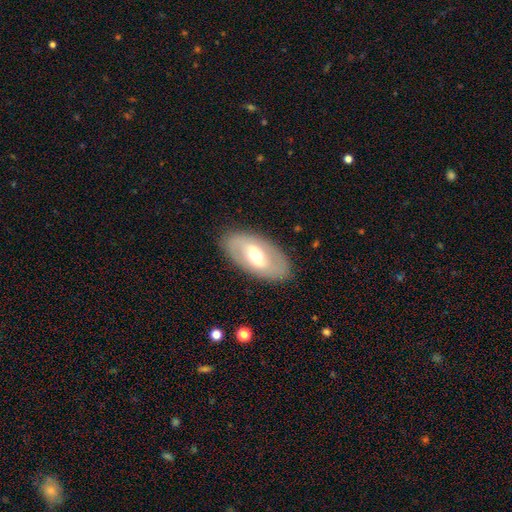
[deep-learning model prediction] Smooth or featured? Predicted: featured or disk (p=0.57). Edge-on disk? Predicted: no (p=0.88). Bar? Predicted: weak (p=0.44). Spiral arms? Predicted: no (p=0.59). Bulge size? Predicted: moderate (p=0.69). Merging? Predicted: none (p=0.85).